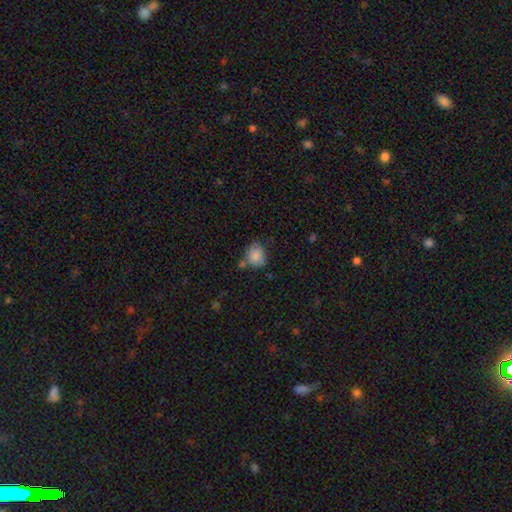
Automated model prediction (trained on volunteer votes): smooth 82%, featured or disk 9%, star or artifact 9%. Down the decision tree: how rounded — round (63%); merging — none (57%).